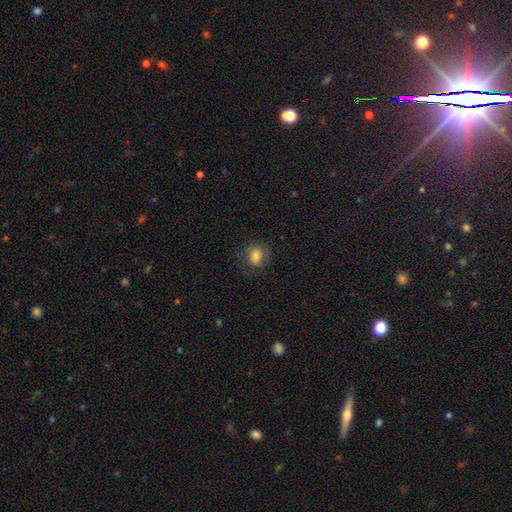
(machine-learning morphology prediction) smooth 72%, featured or disk 18%, star or artifact 10%. Down the decision tree: how rounded — in between (50%); merging — none (67%).